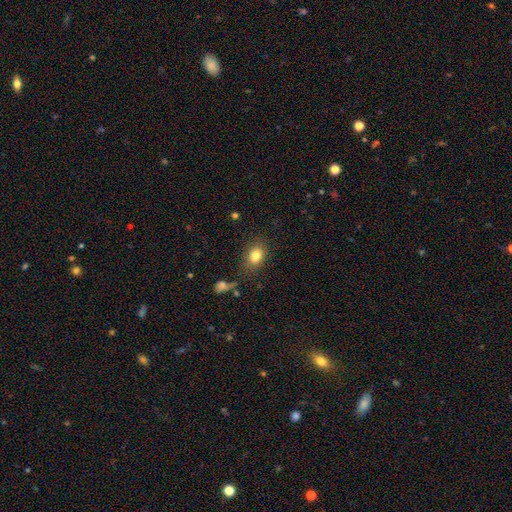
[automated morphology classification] The model was most divided on "how rounded": in between: 70%, round: 28%, cigar-shaped: 1%. More confident: smooth or featured — smooth (82%); merging — none (77%).